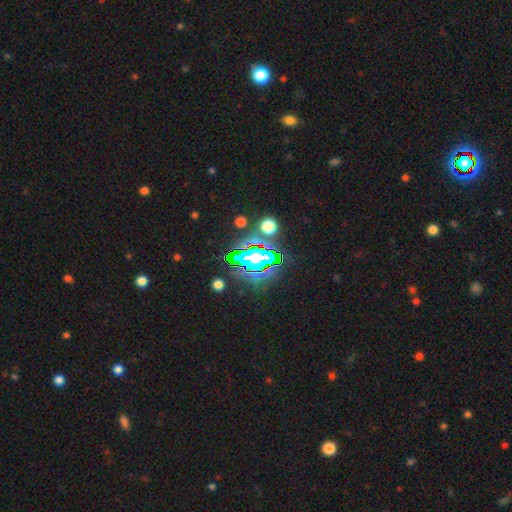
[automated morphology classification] A star or artifact, not a galaxy (82%).

Vote fractions:
- Smooth or featured? star or artifact: 82% / smooth: 11% / featured or disk: 7%